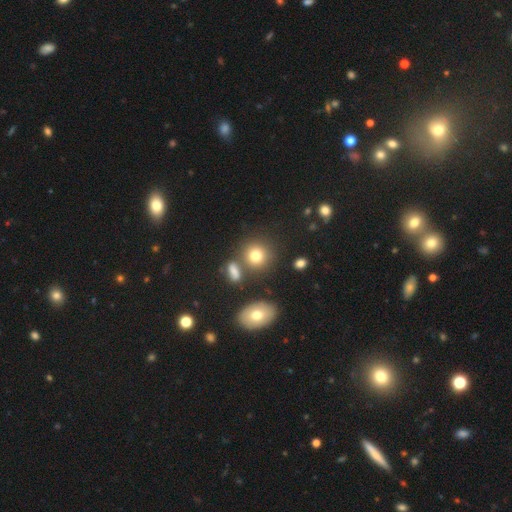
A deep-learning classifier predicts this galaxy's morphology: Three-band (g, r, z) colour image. It shows a smooth galaxy with no disk features (76%) that is round (81%). Merging: none (71%).